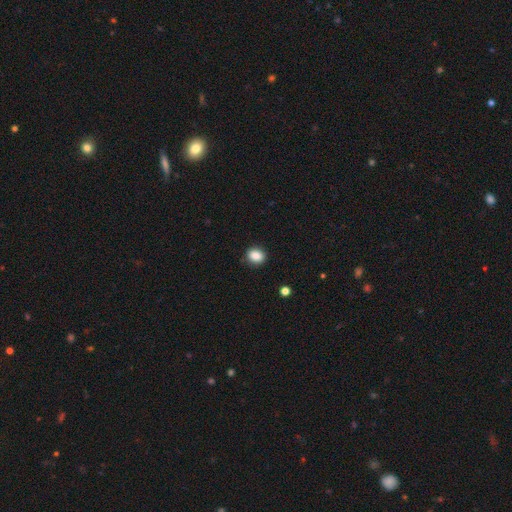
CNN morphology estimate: Smooth or featured: smooth — 87% (star or artifact — 9%)
How rounded: round — 53% (in between — 46%)
Merging: none — 88% (minor disturbance — 9%)